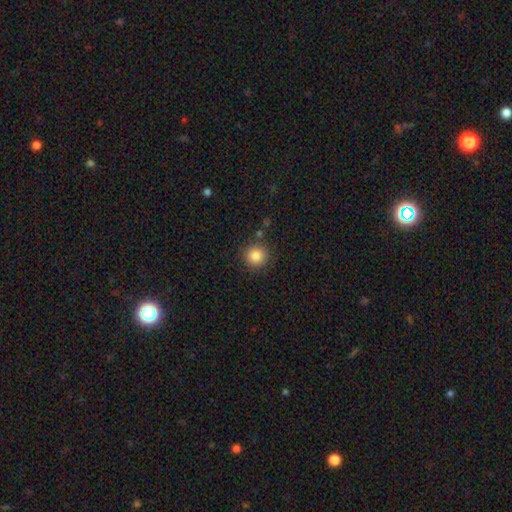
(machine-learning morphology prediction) This is clearly a smooth galaxy (85%). How rounded: clearly round (91%). Merging: clearly none (86%).